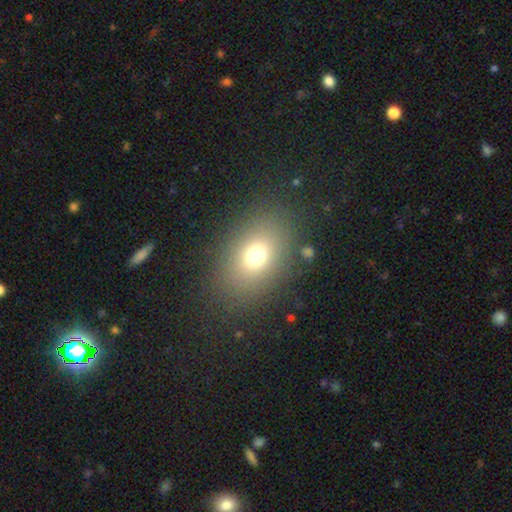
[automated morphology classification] type=smooth (70%); roundness=in between (70%); merging=none (82%).